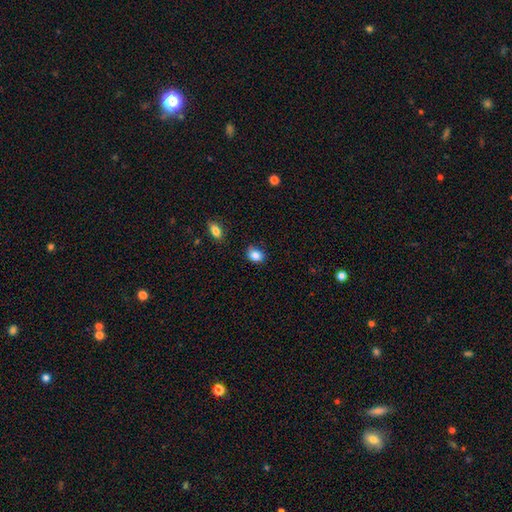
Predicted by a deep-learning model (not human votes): This appears to be a smooth galaxy with no disk features (86%) that is in between round and cigar-shaped (61%). Merging: none (79%).